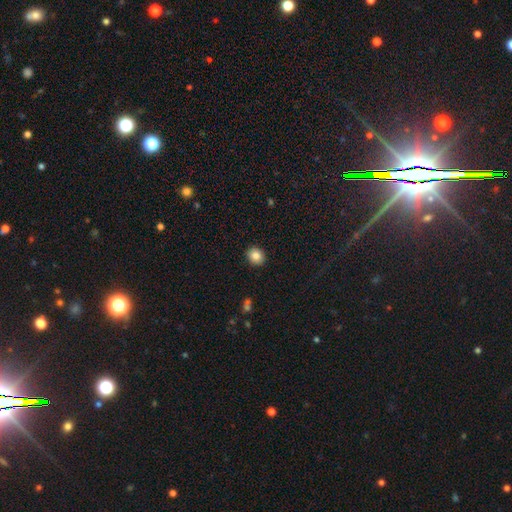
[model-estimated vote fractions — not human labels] Smooth or featured?
  - smooth: 84% *
  - star or artifact: 9%
  - featured or disk: 7%
How rounded?
  - round: 78% *
  - in between: 22%
  - cigar-shaped: 1%
Merging?
  - none: 91% *
  - minor disturbance: 6%
  - major disturbance: 2%
  - merger: 1%